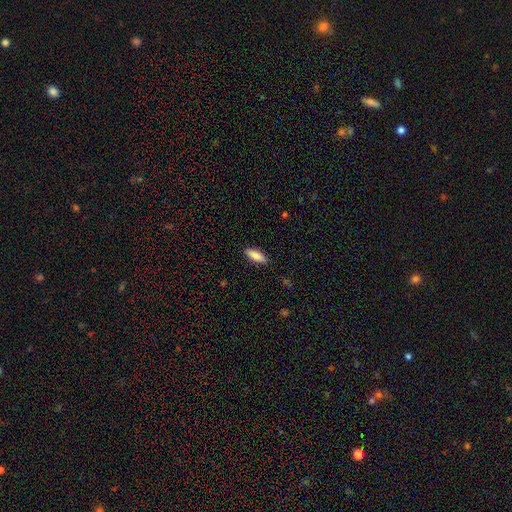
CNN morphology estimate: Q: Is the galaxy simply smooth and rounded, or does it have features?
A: smooth — 88%.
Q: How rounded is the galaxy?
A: in between — 65%.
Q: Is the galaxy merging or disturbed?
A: none — 89%.